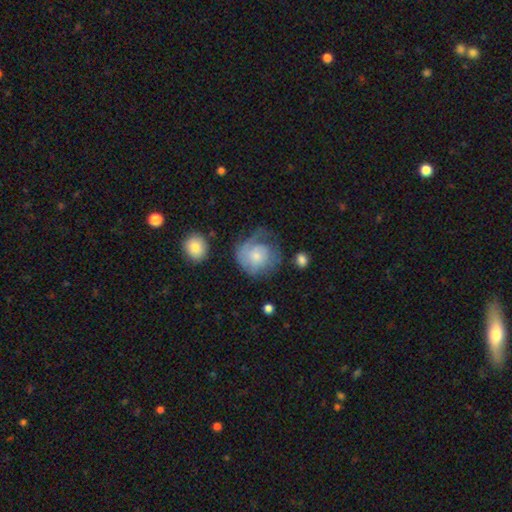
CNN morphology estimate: type=smooth (50%); merging=none (38%).